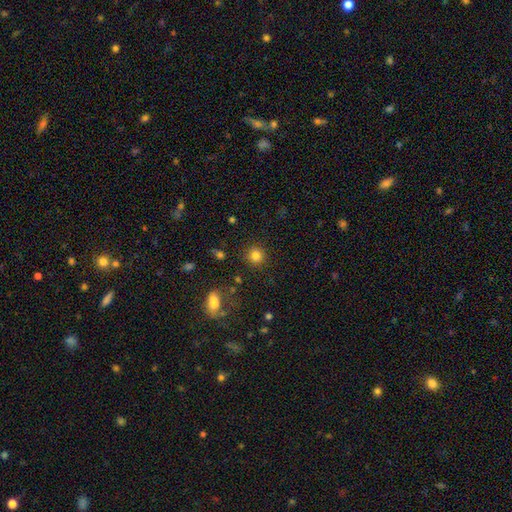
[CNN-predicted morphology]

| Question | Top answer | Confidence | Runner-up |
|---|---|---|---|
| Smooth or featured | smooth | 81% | star or artifact (13%) |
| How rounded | round | 92% | in between (7%) |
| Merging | none | 89% | minor disturbance (7%) |